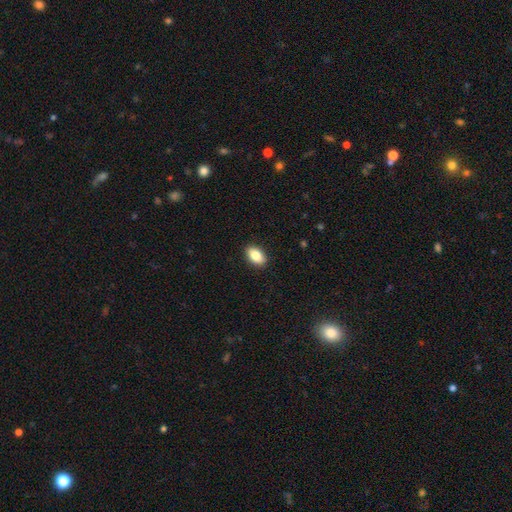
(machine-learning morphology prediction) Smooth or featured? Predicted: smooth (p=0.84). How rounded? Predicted: in between (p=0.90). Merging? Predicted: none (p=0.90).